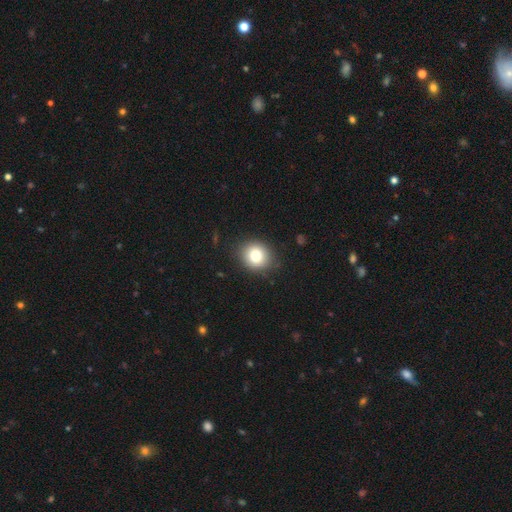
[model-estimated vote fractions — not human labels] Smooth or featured?
  - smooth: 79% *
  - star or artifact: 11%
  - featured or disk: 10%
How rounded?
  - round: 75% *
  - in between: 24%
  - cigar-shaped: 1%
Merging?
  - none: 87% *
  - minor disturbance: 9%
  - major disturbance: 3%
  - merger: 1%